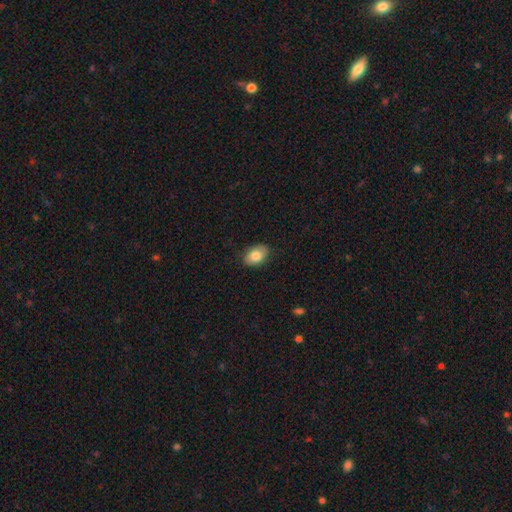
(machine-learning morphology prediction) Smooth or featured: smooth — 83% (featured or disk — 11%)
How rounded: in between — 88% (round — 11%)
Merging: none — 85% (minor disturbance — 12%)